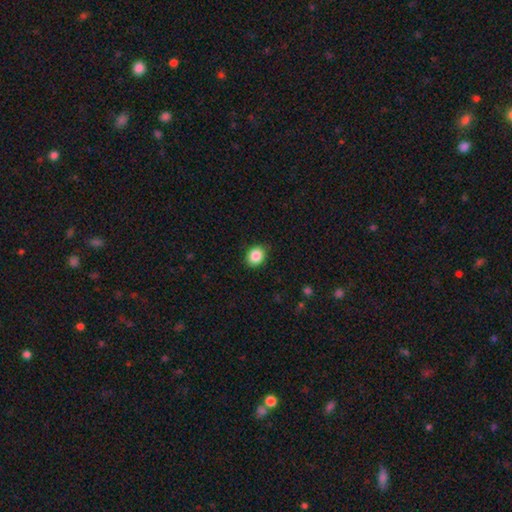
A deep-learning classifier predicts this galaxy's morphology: Q: Smooth or featured?
A: smooth (86%); runner-up: star or artifact (9%)
Q: How rounded?
A: round (54%); runner-up: in between (45%)
Q: Merging?
A: none (87%); runner-up: minor disturbance (10%)